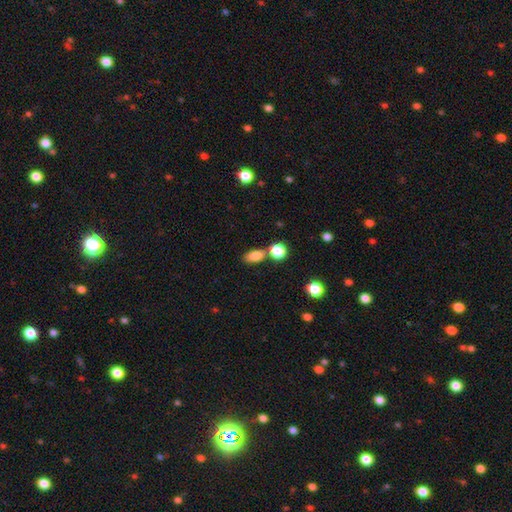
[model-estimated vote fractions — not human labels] This appears to be a smooth galaxy with no disk features (82%) that is in between round and cigar-shaped (82%). Merging: none (63%).